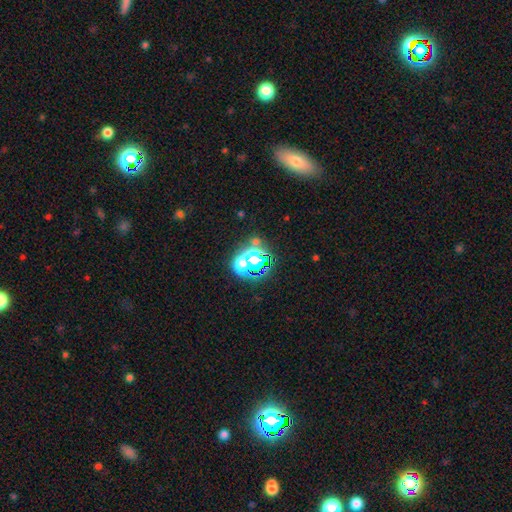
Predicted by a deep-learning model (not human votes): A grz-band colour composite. It shows a star or artifact, not a galaxy (65%).